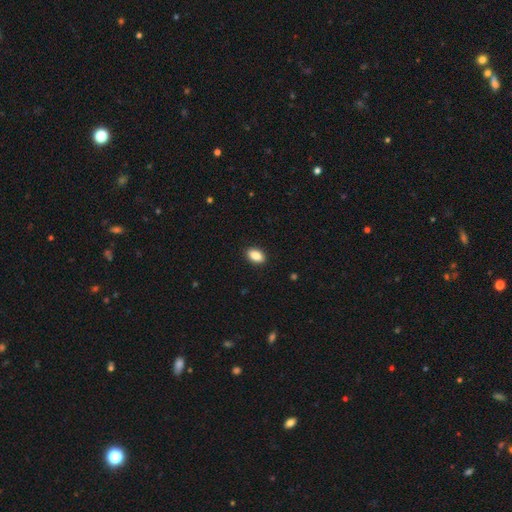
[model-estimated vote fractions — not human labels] Smooth or featured? Predicted: smooth (p=0.88). How rounded? Predicted: in between (p=0.91). Merging? Predicted: none (p=0.90).